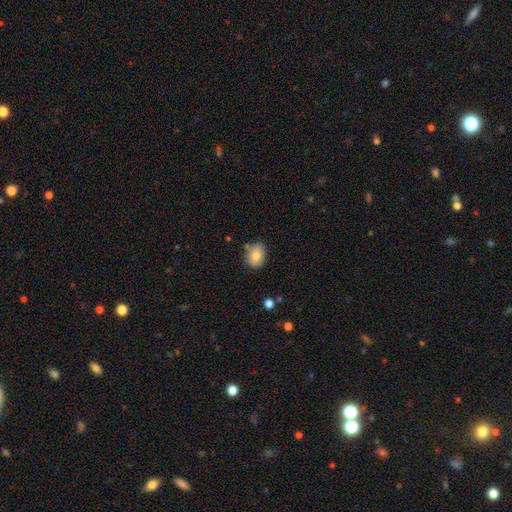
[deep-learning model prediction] smooth 82%, featured or disk 10%, star or artifact 8%. Down the decision tree: how rounded — in between (62%); merging — none (78%).